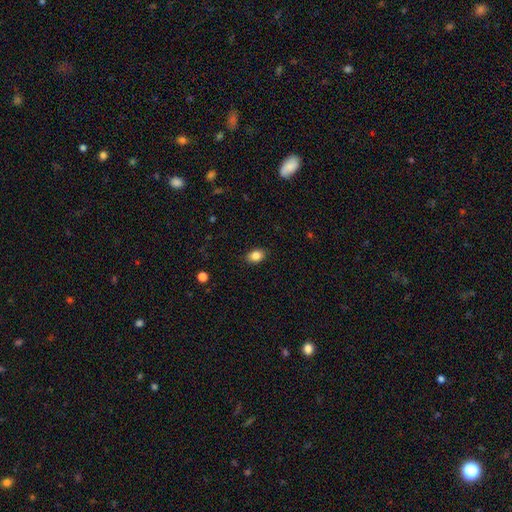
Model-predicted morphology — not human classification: A smooth galaxy with no disk features (85%) that is in between round and cigar-shaped (78%). Merging: none (87%).